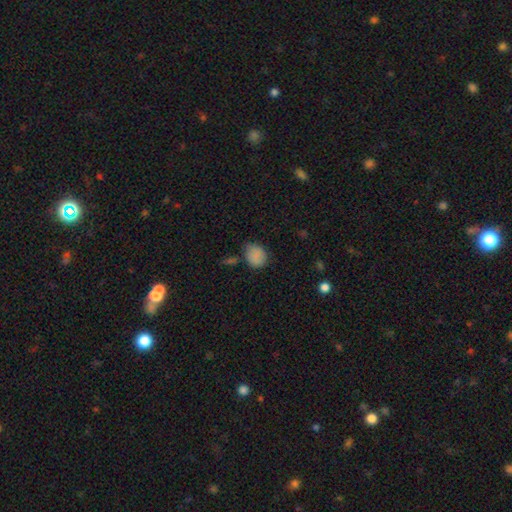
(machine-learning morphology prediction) type=smooth (84%); roundness=round (53%); merging=none (61%).